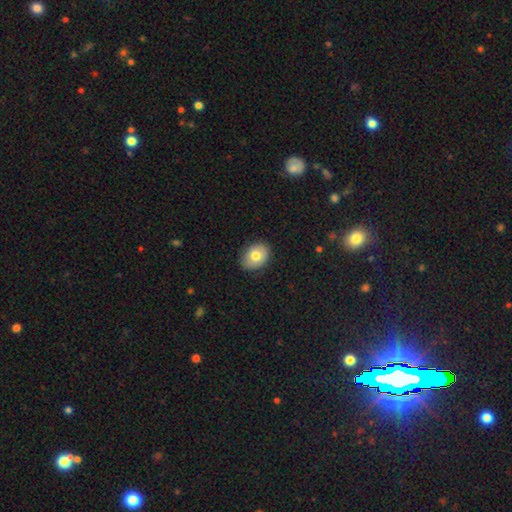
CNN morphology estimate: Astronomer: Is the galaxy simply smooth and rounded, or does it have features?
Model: smooth — 77%.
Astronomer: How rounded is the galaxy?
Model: in between — 66%.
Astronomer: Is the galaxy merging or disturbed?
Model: none — 87%.